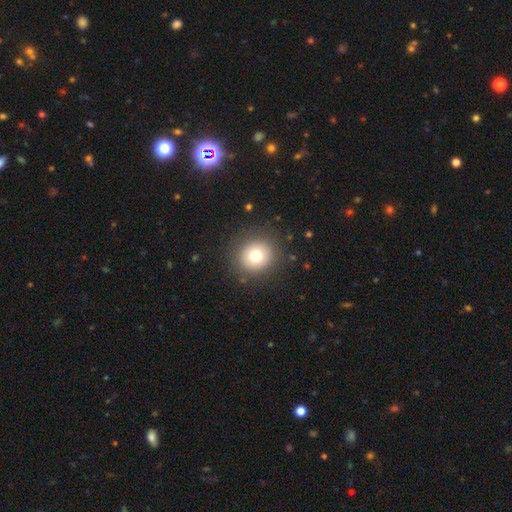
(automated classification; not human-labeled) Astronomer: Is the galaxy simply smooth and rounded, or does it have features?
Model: smooth — 75%.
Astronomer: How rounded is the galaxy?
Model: round — 92%.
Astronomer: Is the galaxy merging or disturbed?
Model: none — 89%.